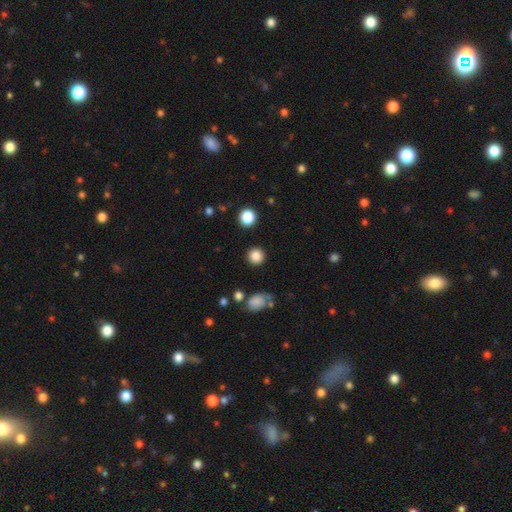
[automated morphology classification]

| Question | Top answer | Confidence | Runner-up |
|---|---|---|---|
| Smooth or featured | smooth | 84% | star or artifact (11%) |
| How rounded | round | 93% | in between (6%) |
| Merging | none | 89% | minor disturbance (6%) |